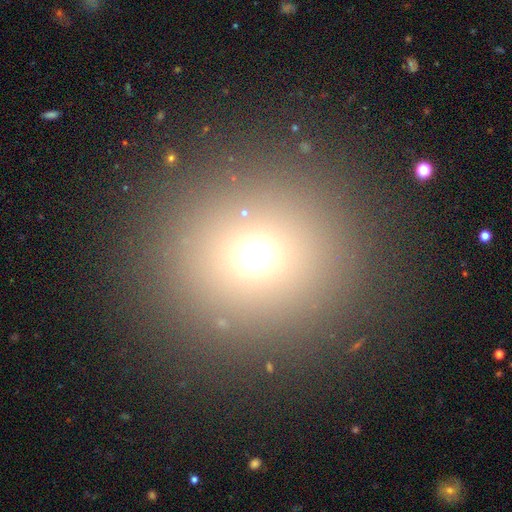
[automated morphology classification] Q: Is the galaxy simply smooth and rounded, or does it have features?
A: smooth — 65%.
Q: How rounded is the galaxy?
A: round — 90%.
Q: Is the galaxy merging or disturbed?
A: none — 88%.